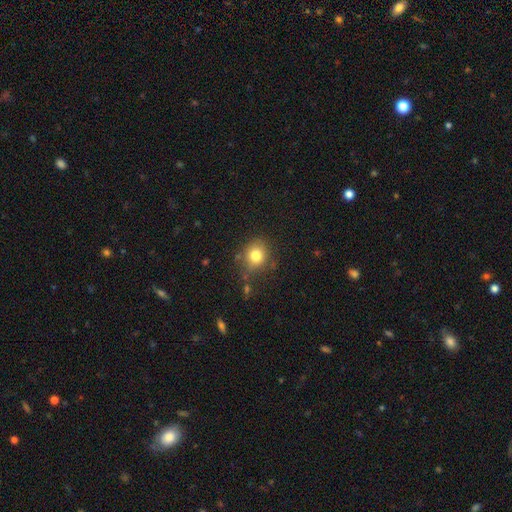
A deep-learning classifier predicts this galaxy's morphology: This is likely a smooth galaxy (79%). How rounded: likely round (75%). Merging: likely none (78%).